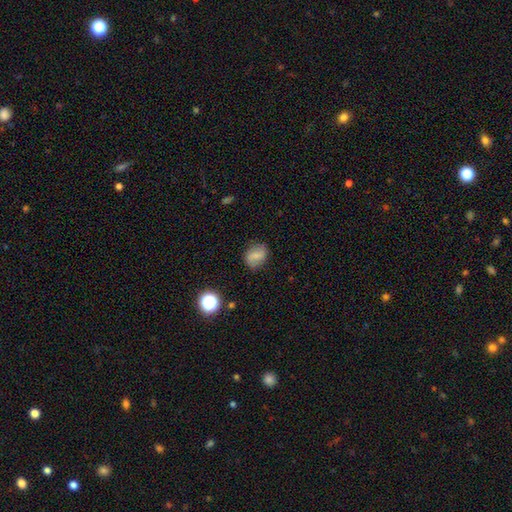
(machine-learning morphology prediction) type=smooth (56%); roundness=in between (50%); merging=none (78%).